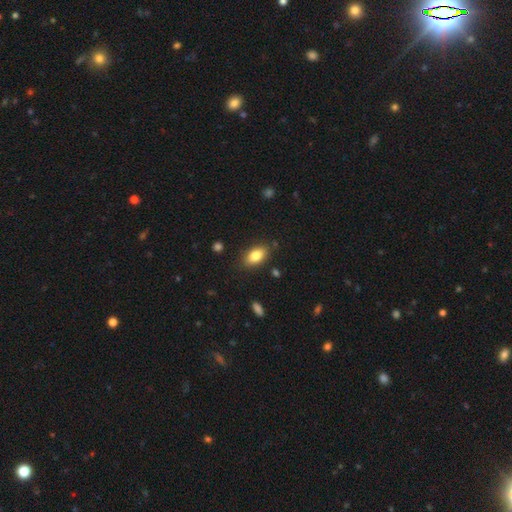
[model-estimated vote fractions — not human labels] The model was most divided on "smooth or featured": smooth: 82%, featured or disk: 10%, star or artifact: 8%. More confident: how rounded — in between (90%); merging — none (85%).